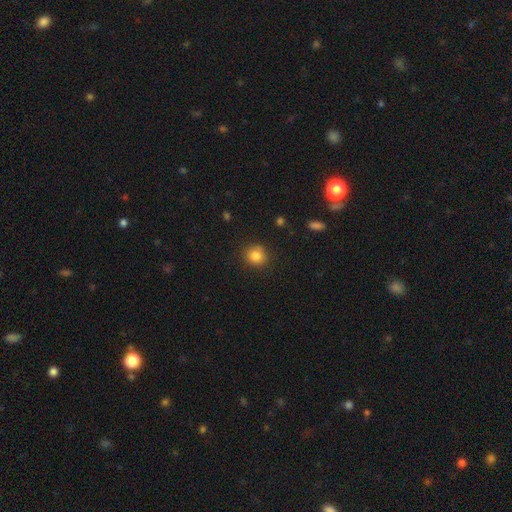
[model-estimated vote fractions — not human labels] A smooth galaxy with no disk features (84%) that is round (86%). Merging: none (84%).